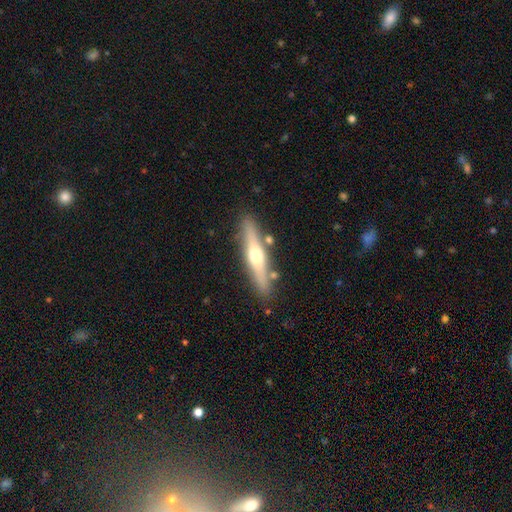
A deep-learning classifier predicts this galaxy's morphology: Smooth or featured: featured or disk — 60% (smooth — 35%)
Edge-on disk: yes — 94% (no — 6%)
Edge-on bulge: rounded — 90% (none — 6%)
Merging: none — 84% (minor disturbance — 10%)